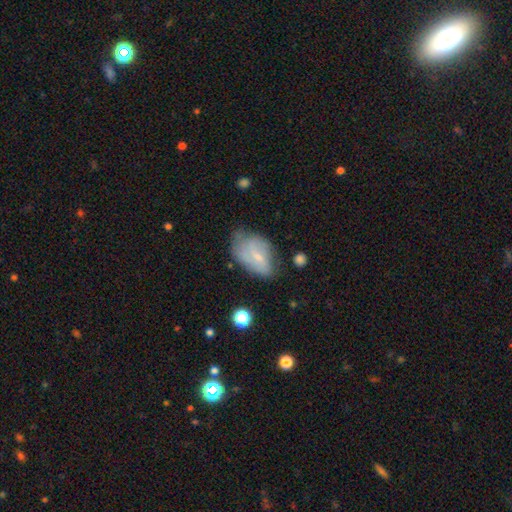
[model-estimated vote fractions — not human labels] Smooth or featured? featured or disk (47%)
Merging? none (46%)